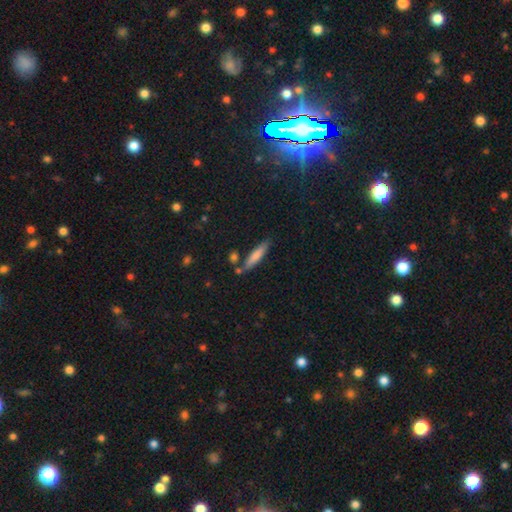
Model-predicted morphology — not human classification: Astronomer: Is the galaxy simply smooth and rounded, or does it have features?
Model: smooth — 75%.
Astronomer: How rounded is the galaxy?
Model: cigar-shaped — 82%.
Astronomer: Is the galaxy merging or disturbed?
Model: none — 75%.